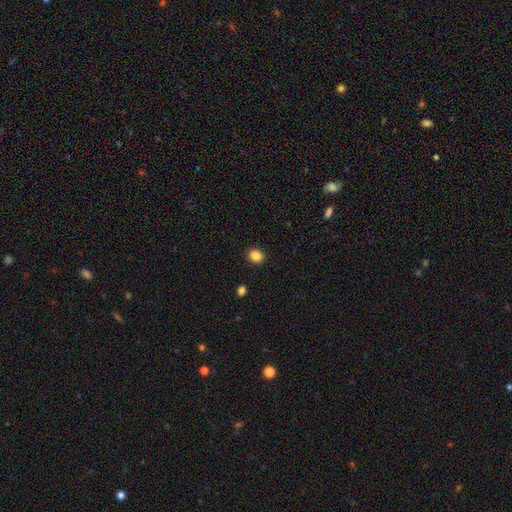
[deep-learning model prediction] smooth 87%, star or artifact 10%, featured or disk 4%. Down the decision tree: how rounded — round (57%); merging — none (91%).